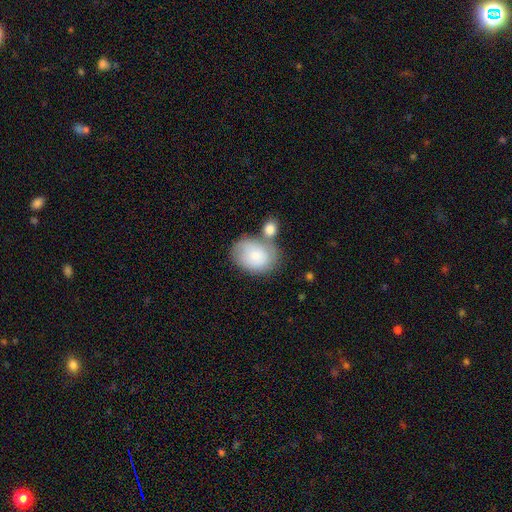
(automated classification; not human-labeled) A smooth galaxy with no disk features (74%) that is in between round and cigar-shaped (68%). Merging: none (48%).